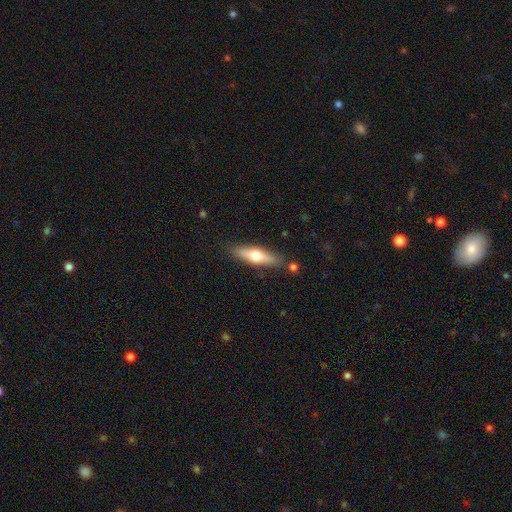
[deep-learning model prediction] smooth-or-featured: smooth: 50% | featured or disk: 44% | star or artifact: 6%
  how-rounded: cigar-shaped: 65% | in between: 32% | round: 2%
  merging: none: 83% | minor disturbance: 11% | merger: 4% | major disturbance: 2%